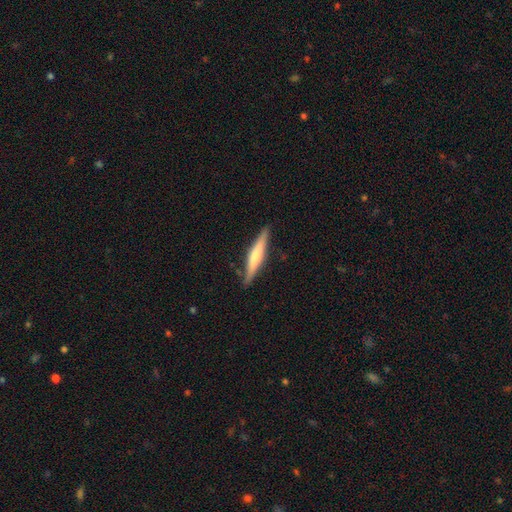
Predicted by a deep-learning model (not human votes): smooth-or-featured: featured or disk: 51% | smooth: 43% | star or artifact: 5%
  disk-edge-on: yes: 96% | no: 4%
  merging: none: 86% | minor disturbance: 11% | major disturbance: 2% | merger: 1%